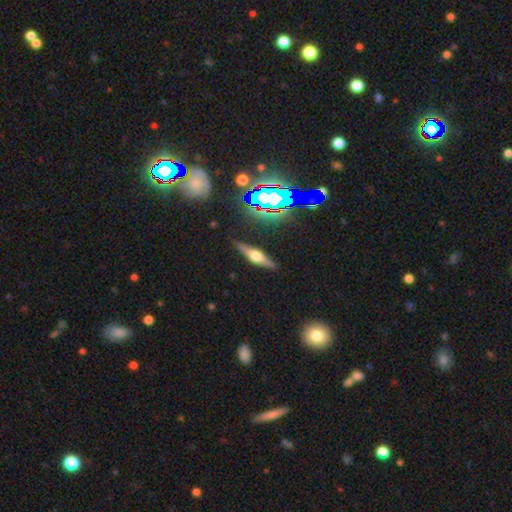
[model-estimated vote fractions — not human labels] featured or disk 63%, smooth 27%, star or artifact 11%. Down the decision tree: edge-on disk — yes (95%); edge-on bulge — rounded (91%); merging — none (86%).